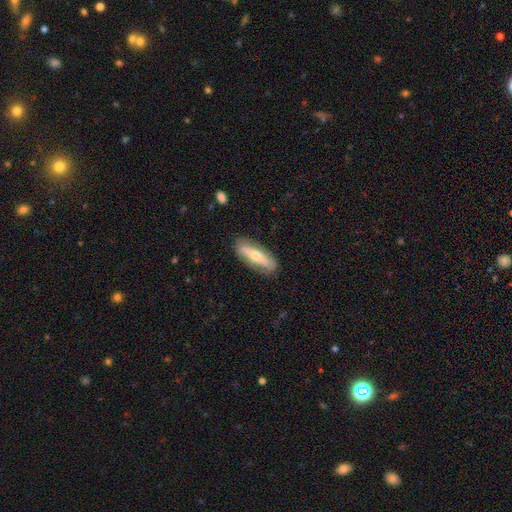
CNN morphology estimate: This appears to be a smooth galaxy with no disk features (48%). Merging: none (83%).